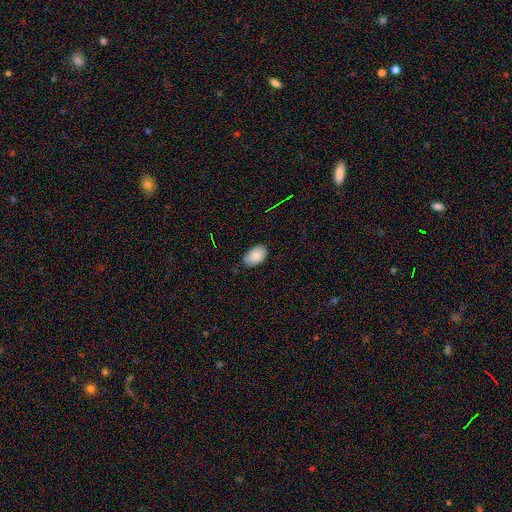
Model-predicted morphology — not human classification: Smooth or featured? smooth (88%)
How rounded? in between (92%)
Merging? none (74%)